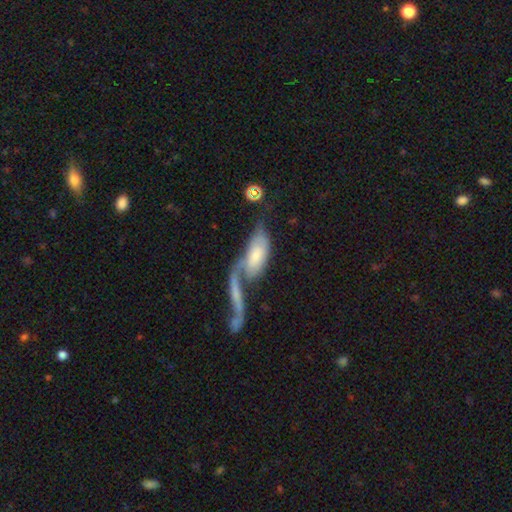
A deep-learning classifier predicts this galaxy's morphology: Q: Smooth or featured?
A: smooth (54%); runner-up: featured or disk (39%)
Q: How rounded?
A: in between (82%); runner-up: cigar-shaped (15%)
Q: Merging?
A: merger (58%); runner-up: none (17%)